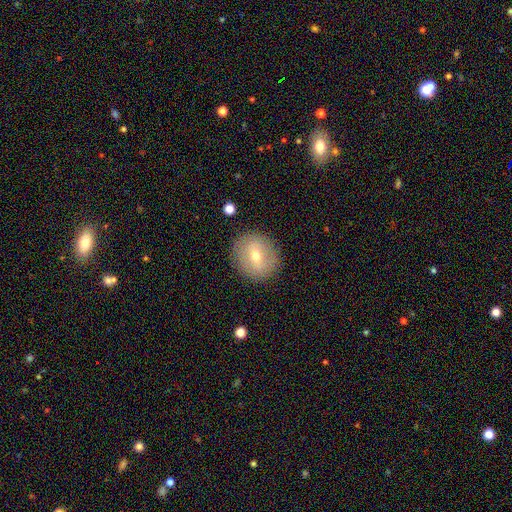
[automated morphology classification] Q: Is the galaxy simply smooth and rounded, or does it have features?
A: smooth — 54%.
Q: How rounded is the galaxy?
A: round — 85%.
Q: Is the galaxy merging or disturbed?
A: none — 87%.